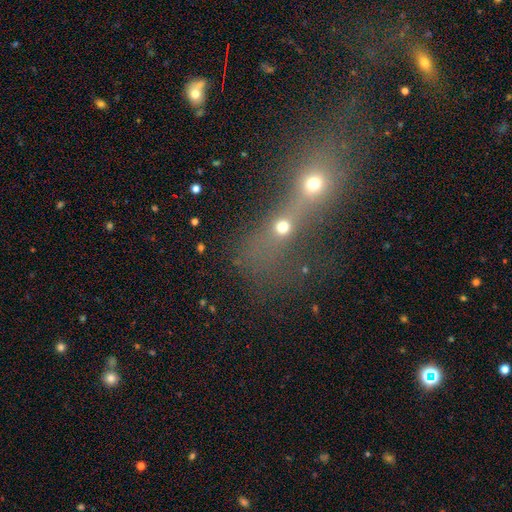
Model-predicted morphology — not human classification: Q: Smooth or featured?
A: smooth (42%); runner-up: star or artifact (36%)
Q: Merging?
A: merger (75%); runner-up: none (14%)